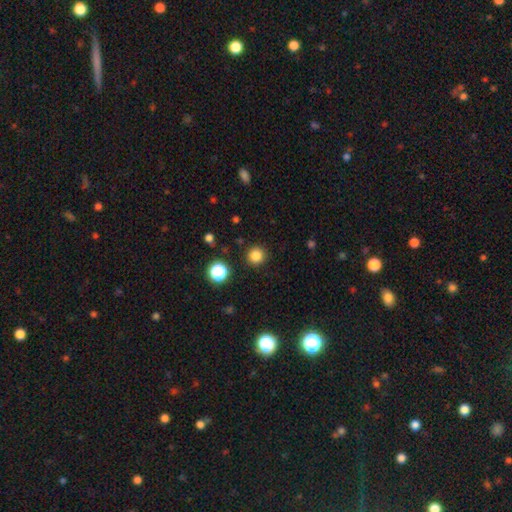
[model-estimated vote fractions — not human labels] The model was most divided on "smooth or featured": smooth: 83%, star or artifact: 13%, featured or disk: 4%. More confident: how rounded — round (95%); merging — none (91%).